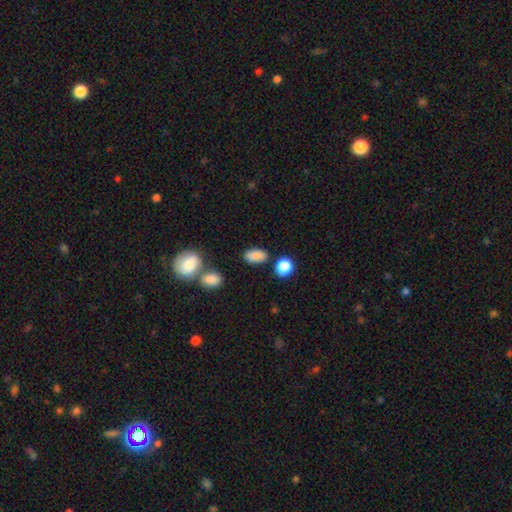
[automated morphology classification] A smooth galaxy with no disk features (86%) that is in between round and cigar-shaped (90%).

Vote fractions:
- Smooth or featured? smooth: 86% / star or artifact: 9% / featured or disk: 5%
- How rounded? in between: 90% / round: 7% / cigar-shaped: 3%
- Merging? none: 77% / minor disturbance: 13% / merger: 6% / major disturbance: 4%